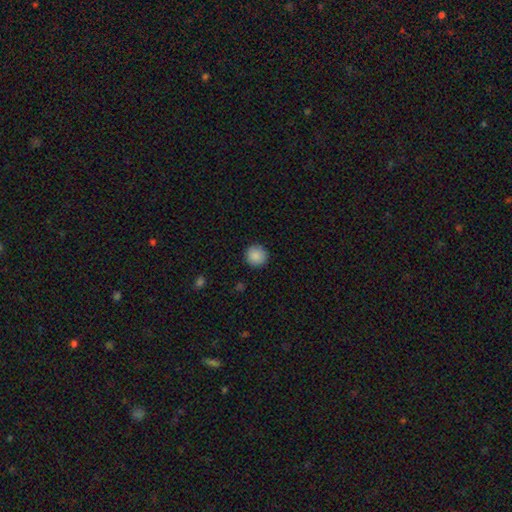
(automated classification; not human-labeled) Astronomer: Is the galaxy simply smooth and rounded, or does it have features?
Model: smooth — 88%.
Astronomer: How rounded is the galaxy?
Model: round — 94%.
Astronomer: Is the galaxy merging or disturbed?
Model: none — 91%.